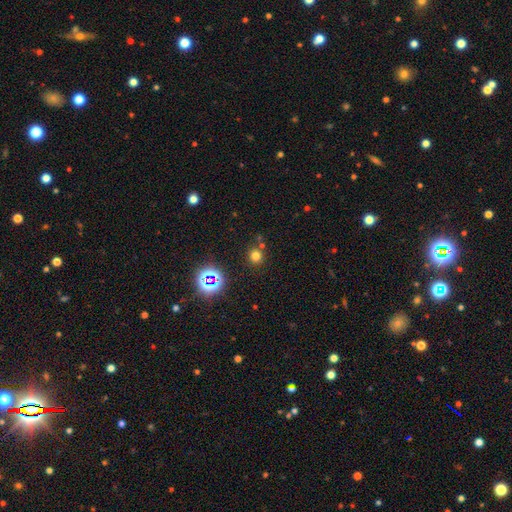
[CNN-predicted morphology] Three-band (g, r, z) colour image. It shows a smooth galaxy with no disk features (68%) that is round (91%). Merging: none (78%).